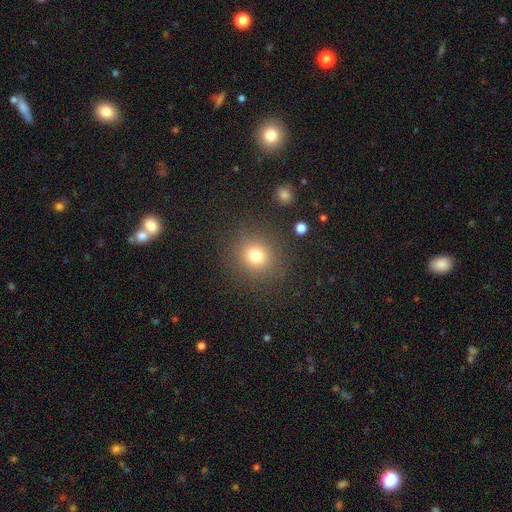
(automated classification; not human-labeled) Q: Smooth or featured?
A: smooth (75%); runner-up: star or artifact (16%)
Q: How rounded?
A: round (89%); runner-up: in between (11%)
Q: Merging?
A: none (86%); runner-up: minor disturbance (8%)